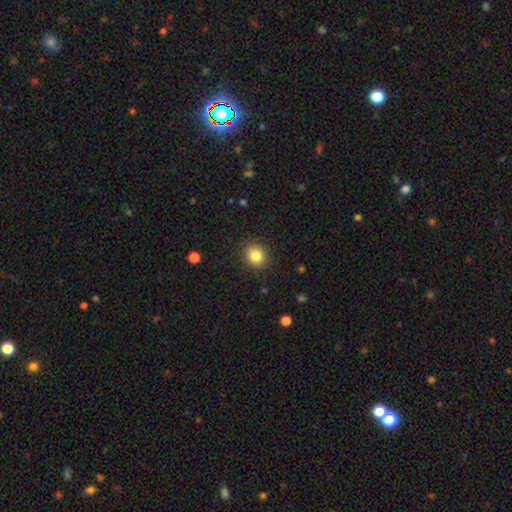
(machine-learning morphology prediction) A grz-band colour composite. It shows a smooth galaxy with no disk features (83%) that is round (76%). Merging: none (88%).